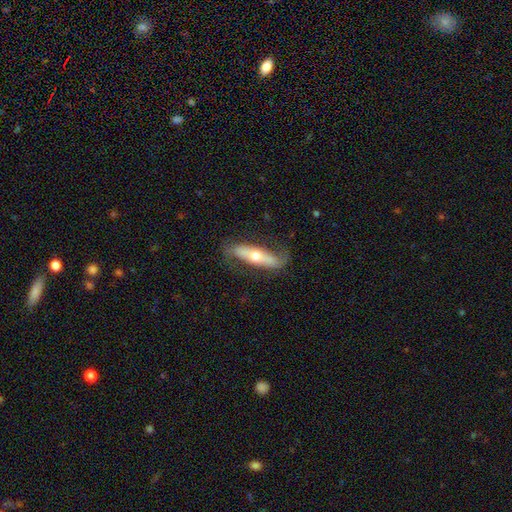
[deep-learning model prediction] Q: Smooth or featured?
A: featured or disk (61%); runner-up: smooth (33%)
Q: Edge-on disk?
A: no (54%); runner-up: yes (46%)
Q: Merging?
A: none (71%); runner-up: minor disturbance (19%)